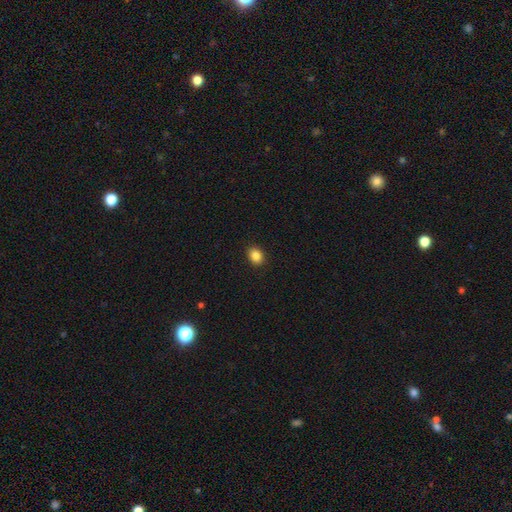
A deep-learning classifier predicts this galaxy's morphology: The model was most divided on "how rounded": in between: 52%, round: 47%, cigar-shaped: 1%. More confident: merging — none (91%); smooth or featured — smooth (86%).